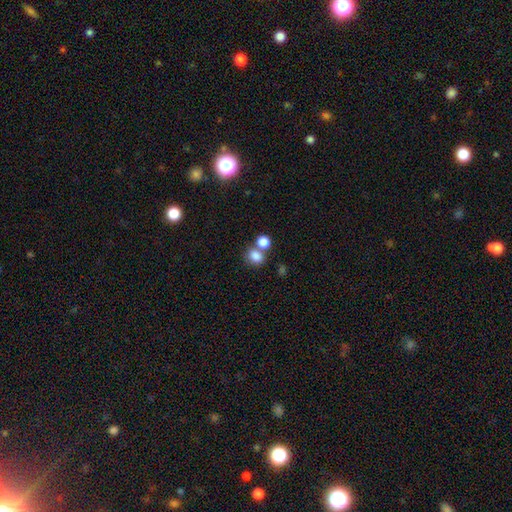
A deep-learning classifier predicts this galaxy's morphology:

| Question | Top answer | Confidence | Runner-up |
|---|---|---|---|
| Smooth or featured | smooth | 82% | star or artifact (11%) |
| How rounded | round | 55% | in between (44%) |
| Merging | none | 50% | merger (38%) |